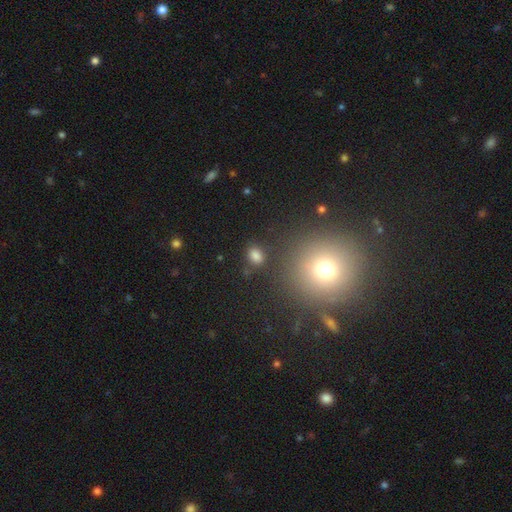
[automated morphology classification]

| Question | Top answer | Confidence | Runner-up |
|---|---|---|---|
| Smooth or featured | smooth | 78% | star or artifact (16%) |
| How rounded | in between | 55% | round (44%) |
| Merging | none | 79% | minor disturbance (11%) |